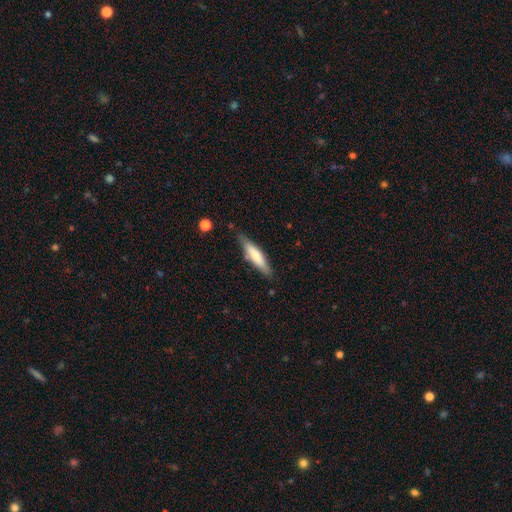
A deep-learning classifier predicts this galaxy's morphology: Overall: smooth (61%; featured or disk 33%). How rounded: cigar-shaped (79%). Merging: none (78%).